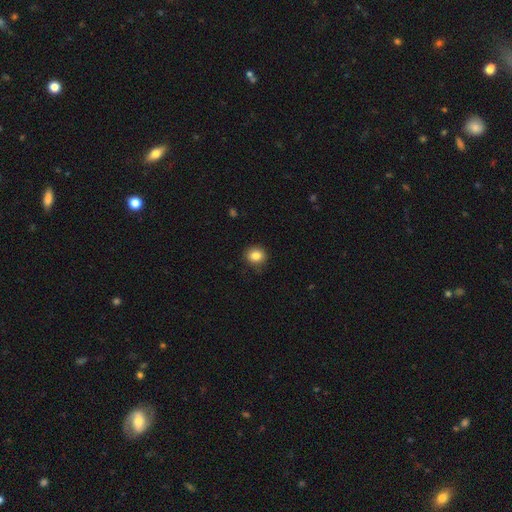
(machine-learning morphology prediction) Smooth or featured: smooth — 84% (star or artifact — 10%)
How rounded: round — 79% (in between — 20%)
Merging: none — 86% (minor disturbance — 11%)